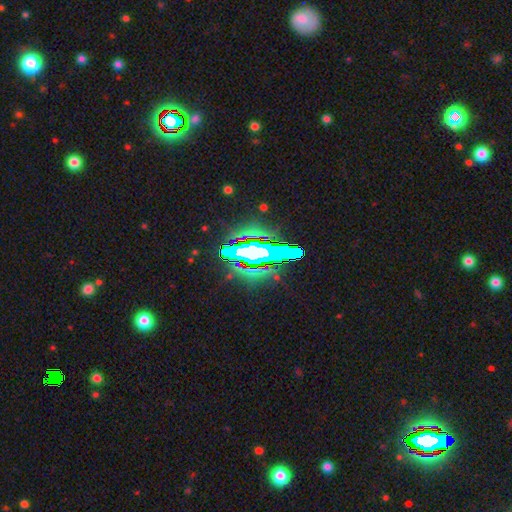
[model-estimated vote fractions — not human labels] Morphology: type=star or artifact (62%).